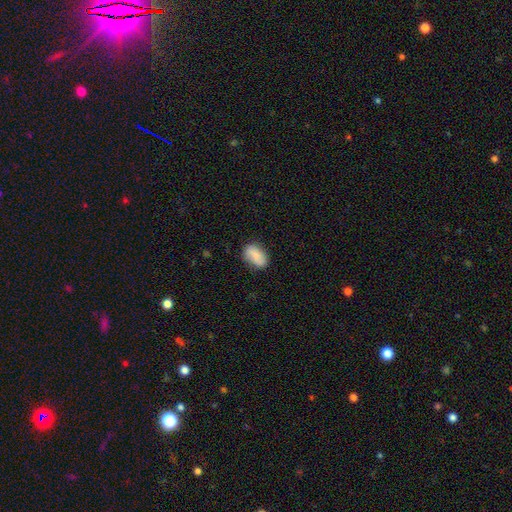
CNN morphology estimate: type=smooth (77%); roundness=in between (89%); merging=none (73%).